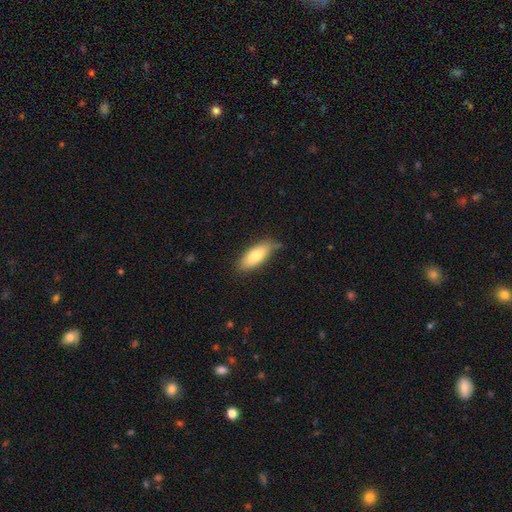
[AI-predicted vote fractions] smooth-or-featured: smooth: 75% | featured or disk: 19% | star or artifact: 6%
  how-rounded: in between: 70% | cigar-shaped: 28% | round: 2%
  merging: none: 72% | minor disturbance: 22% | major disturbance: 4% | merger: 2%